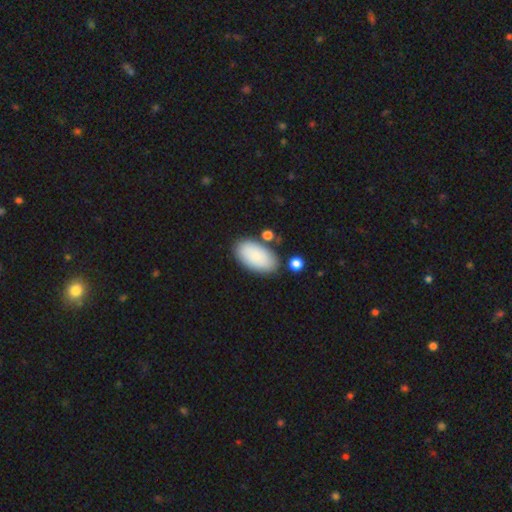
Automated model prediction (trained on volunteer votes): This is clearly a smooth galaxy (87%). How rounded: clearly in between (96%). Merging: likely none (78%).